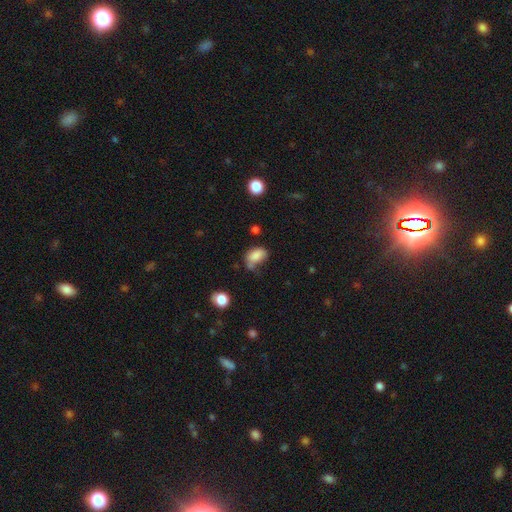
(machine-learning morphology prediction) Overall: smooth (82%). How rounded: in between (86%). Merging: none (47%; minor disturbance 29%).